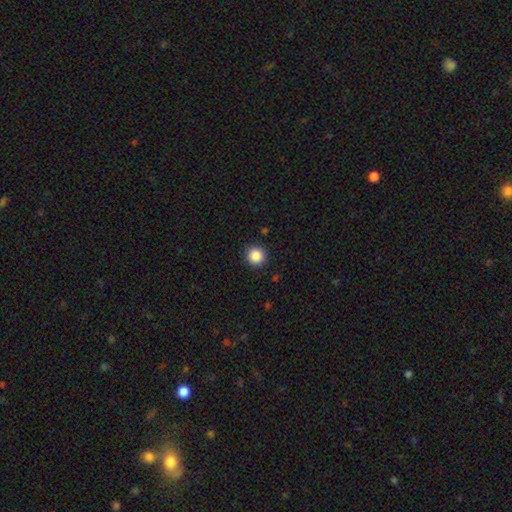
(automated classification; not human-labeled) Smooth or featured?
  - smooth: 87% *
  - star or artifact: 10%
  - featured or disk: 4%
How rounded?
  - round: 94% *
  - in between: 5%
  - cigar-shaped: 1%
Merging?
  - none: 92% *
  - minor disturbance: 5%
  - major disturbance: 2%
  - merger: 1%